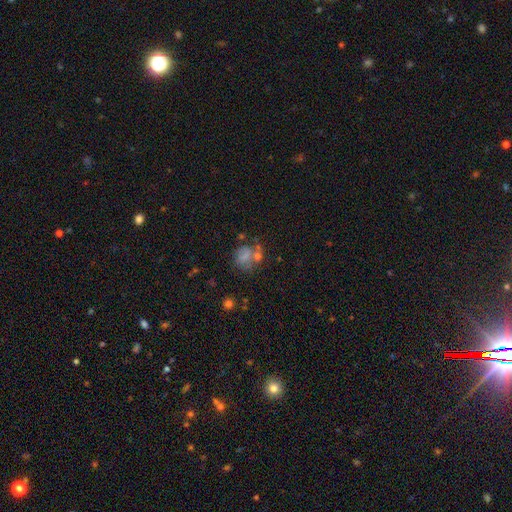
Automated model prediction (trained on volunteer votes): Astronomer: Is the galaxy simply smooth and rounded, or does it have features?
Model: smooth — 38% (runner-up: star or artifact, 31%).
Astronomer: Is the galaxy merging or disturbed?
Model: none — 47%.